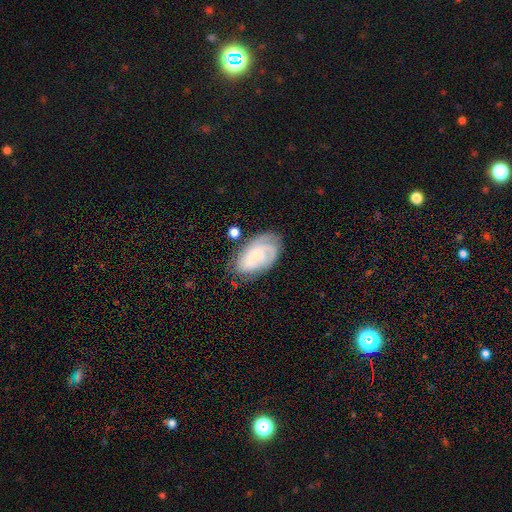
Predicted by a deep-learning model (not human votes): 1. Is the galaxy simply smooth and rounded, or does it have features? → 67% featured or disk, 26% smooth, 8% star or artifact.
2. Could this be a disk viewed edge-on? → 96% no, 4% yes.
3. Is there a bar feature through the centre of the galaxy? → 66% no, 28% weak, 6% strong.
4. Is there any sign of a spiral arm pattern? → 92% yes, 8% no.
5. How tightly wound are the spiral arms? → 63% tight, 29% medium, 9% loose.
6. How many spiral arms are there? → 38% can't tell, 23% 2, 21% 3, 8% 1, 7% 4, 4% more than 4.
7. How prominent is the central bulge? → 63% small, 19% none, 14% moderate, 3% large, 1% dominant.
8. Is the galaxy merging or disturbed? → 66% none, 22% minor disturbance, 9% major disturbance, 4% merger.